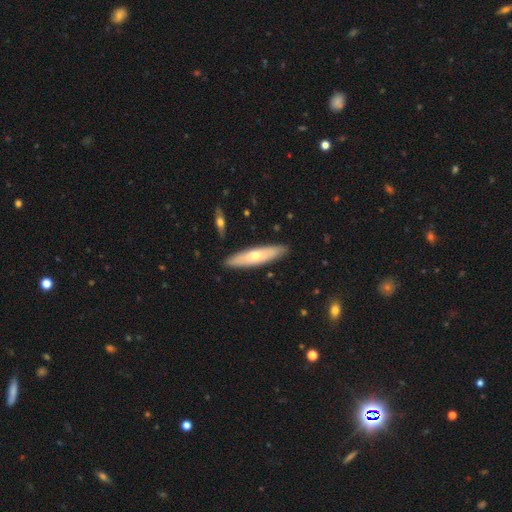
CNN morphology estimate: smooth-or-featured: smooth: 52% | featured or disk: 43% | star or artifact: 6%
  how-rounded: cigar-shaped: 76% | in between: 23% | round: 2%
  merging: none: 89% | minor disturbance: 8% | major disturbance: 2% | merger: 1%